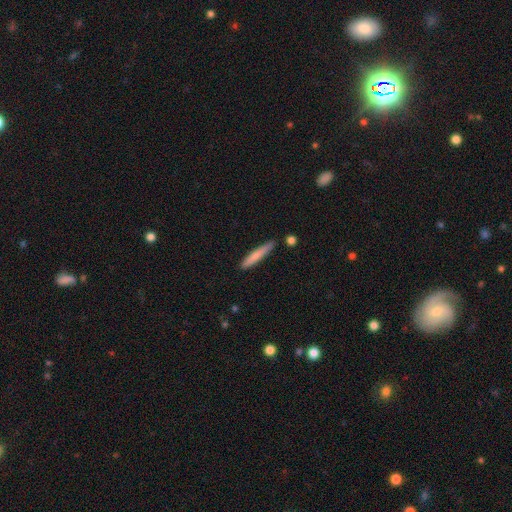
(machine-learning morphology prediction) Smooth or featured: smooth — 75% (featured or disk — 20%)
How rounded: cigar-shaped — 94% (in between — 5%)
Merging: none — 83% (minor disturbance — 11%)